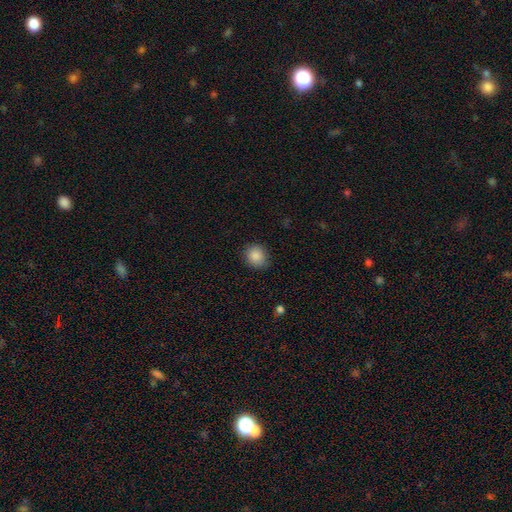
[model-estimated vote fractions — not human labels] This appears to be a smooth galaxy with no disk features (88%) that is round (75%). Merging: none (84%).